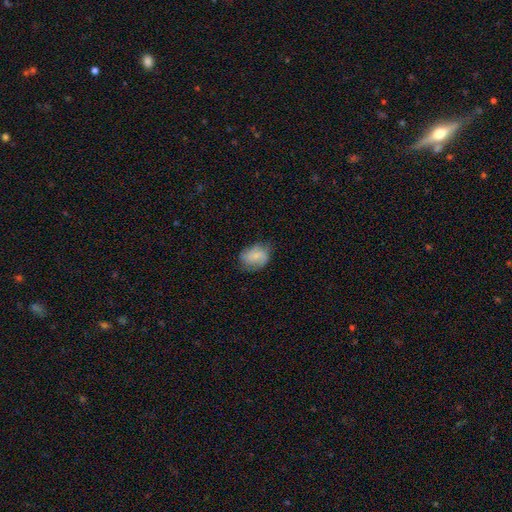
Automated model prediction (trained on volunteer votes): Smooth or featured?
  - smooth: 69% *
  - featured or disk: 23%
  - star or artifact: 8%
How rounded?
  - in between: 60% *
  - round: 38%
  - cigar-shaped: 1%
Merging?
  - none: 65% *
  - minor disturbance: 27%
  - major disturbance: 8%
  - merger: 1%